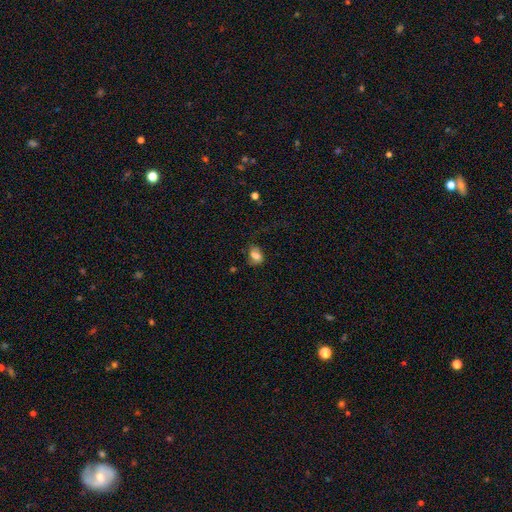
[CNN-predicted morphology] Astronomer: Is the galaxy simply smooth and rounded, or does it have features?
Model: smooth — 75%.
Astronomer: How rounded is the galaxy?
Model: in between — 61% (runner-up: round, 38%).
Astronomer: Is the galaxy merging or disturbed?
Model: none — 55%.